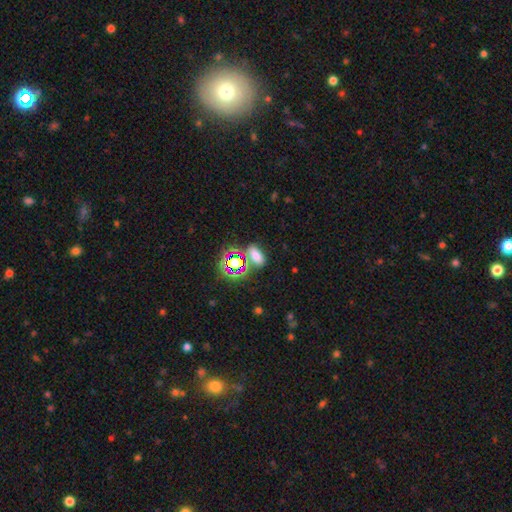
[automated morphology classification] Smooth or featured? smooth (60%)
How rounded? in between (84%)
Merging? none (70%)